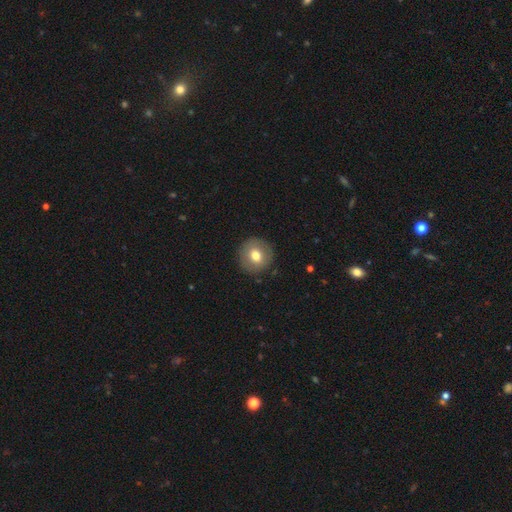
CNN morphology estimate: Overall: smooth (71%). How rounded: round (93%). Merging: none (90%).